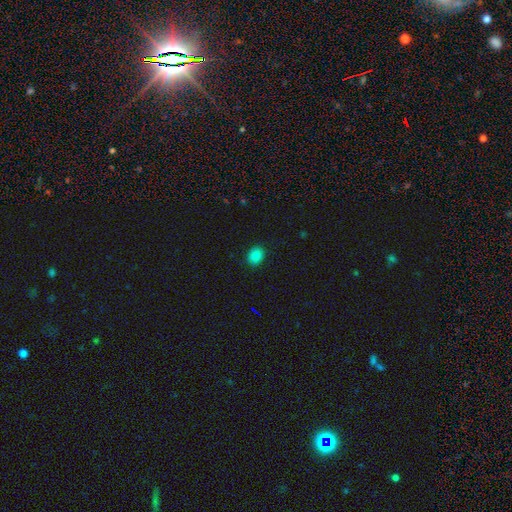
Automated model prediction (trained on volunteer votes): smooth_or_featured: smooth (p=0.85) [alt: star or artifact p=0.13]
how_rounded: round (p=0.54) [alt: in between p=0.45]
merging: none (p=0.89) [alt: minor disturbance p=0.08]